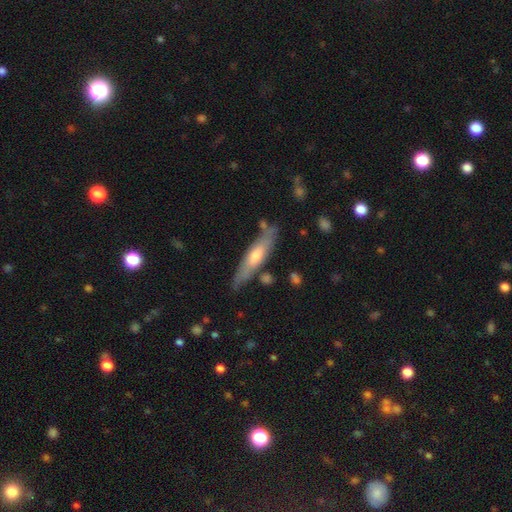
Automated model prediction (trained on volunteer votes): Smooth or featured?
  - featured or disk: 47% * (tied)
  - smooth: 47% * (tied)
  - star or artifact: 5%
Merging?
  - none: 75% *
  - minor disturbance: 16%
  - merger: 5%
  - major disturbance: 3%